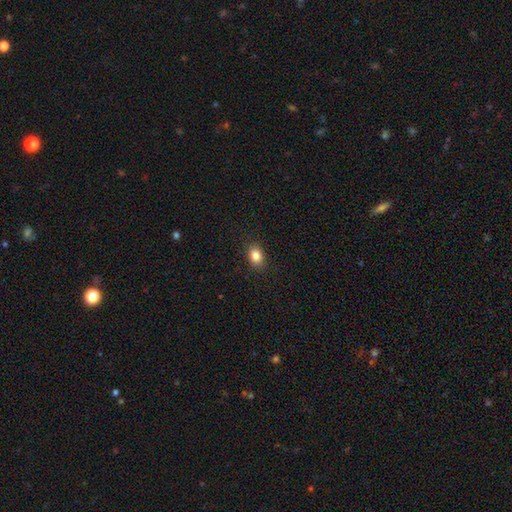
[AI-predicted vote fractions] Smooth or featured?
  - smooth: 84% *
  - star or artifact: 10%
  - featured or disk: 6%
How rounded?
  - in between: 67% *
  - round: 32%
  - cigar-shaped: 1%
Merging?
  - none: 88% *
  - minor disturbance: 8%
  - major disturbance: 2%
  - merger: 1%